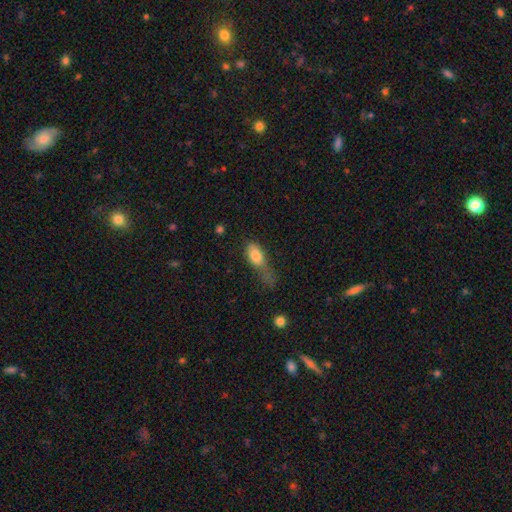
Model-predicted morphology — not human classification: Smooth or featured?
  - smooth: 80% *
  - featured or disk: 12%
  - star or artifact: 8%
How rounded?
  - in between: 82% *
  - cigar-shaped: 11%
  - round: 7%
Merging?
  - major disturbance: 40% *
  - minor disturbance: 28%
  - none: 21%
  - merger: 11%